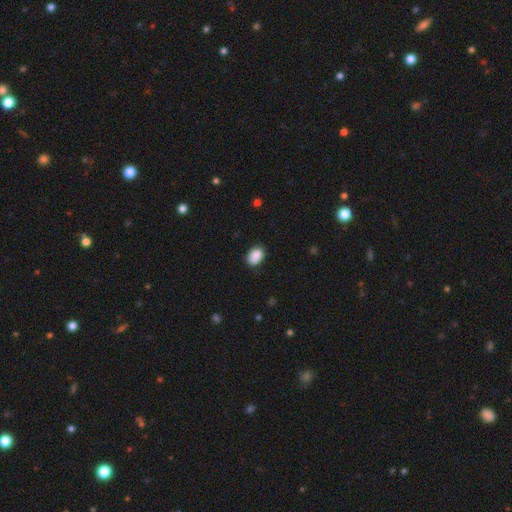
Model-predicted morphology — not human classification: Q: Smooth or featured?
A: smooth (88%); runner-up: star or artifact (8%)
Q: How rounded?
A: in between (84%); runner-up: round (15%)
Q: Merging?
A: none (79%); runner-up: minor disturbance (17%)